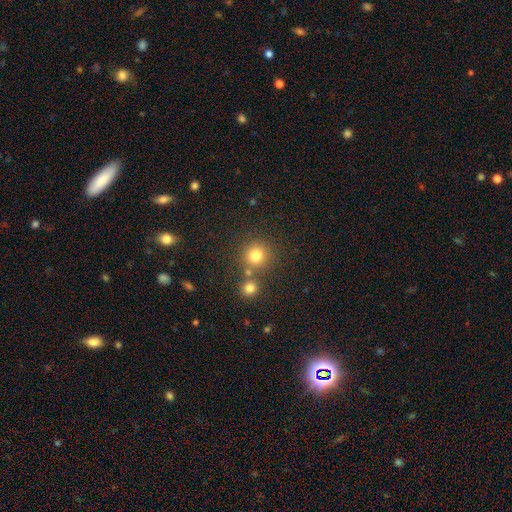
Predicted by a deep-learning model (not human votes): This is likely a smooth galaxy (79%). How rounded: clearly round (92%). Merging: likely none (74%).